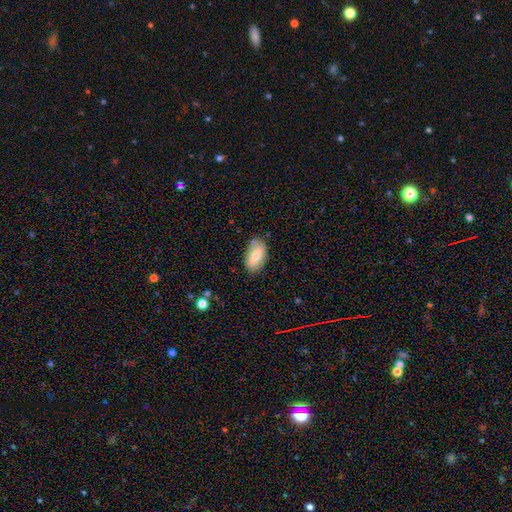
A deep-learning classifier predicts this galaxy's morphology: Smooth or featured? Predicted: smooth (p=0.72). How rounded? Predicted: in between (p=0.92). Merging? Predicted: none (p=0.77).